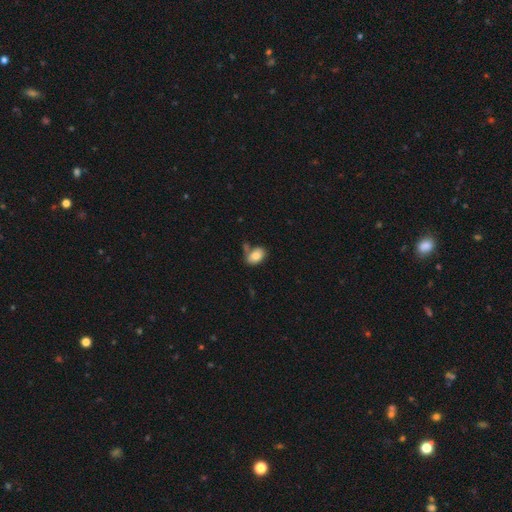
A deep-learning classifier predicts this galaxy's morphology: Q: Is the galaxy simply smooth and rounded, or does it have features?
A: smooth — 82%.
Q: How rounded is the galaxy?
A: in between — 86%.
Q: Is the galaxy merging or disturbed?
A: none — 57%.